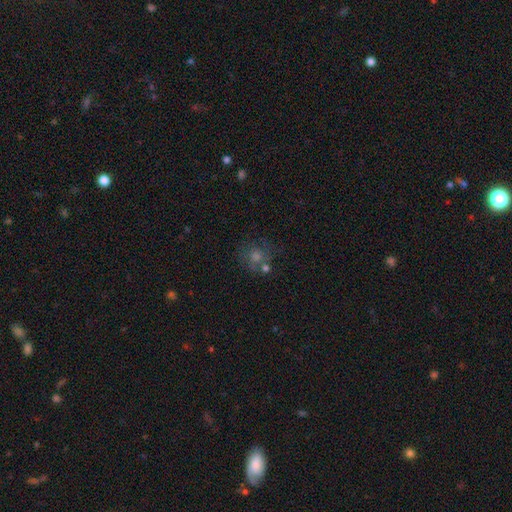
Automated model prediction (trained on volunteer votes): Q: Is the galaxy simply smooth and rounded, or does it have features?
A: smooth — 48%.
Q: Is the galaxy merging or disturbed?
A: none — 63%.